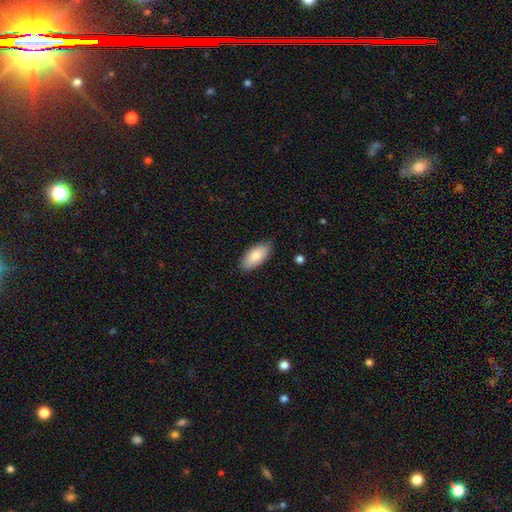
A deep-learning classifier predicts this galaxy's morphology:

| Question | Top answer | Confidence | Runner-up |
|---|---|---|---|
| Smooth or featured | smooth | 85% | featured or disk (9%) |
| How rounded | in between | 92% | cigar-shaped (6%) |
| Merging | none | 84% | minor disturbance (12%) |